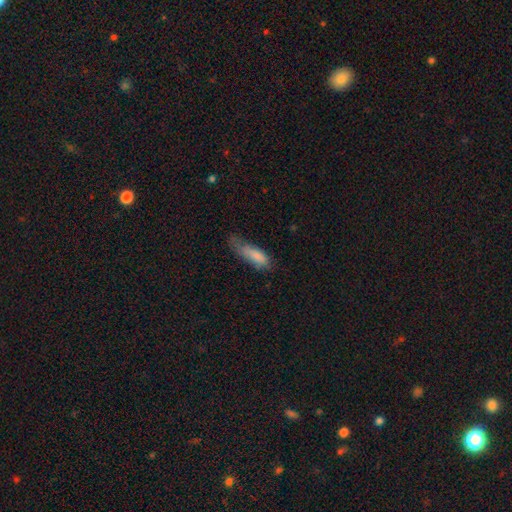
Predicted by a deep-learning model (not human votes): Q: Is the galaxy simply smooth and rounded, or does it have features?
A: smooth — 80%.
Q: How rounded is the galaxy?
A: in between — 53%.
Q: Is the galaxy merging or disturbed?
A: minor disturbance — 38%.